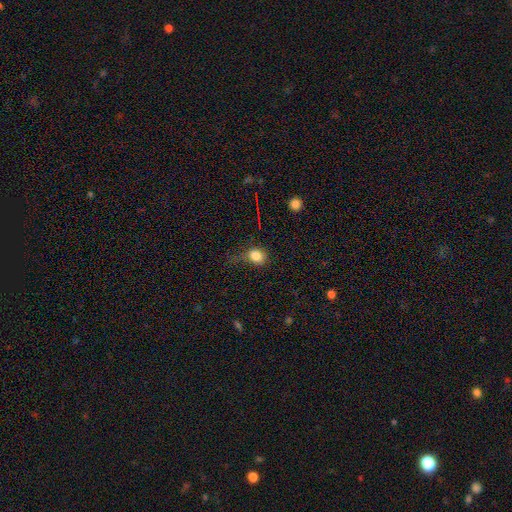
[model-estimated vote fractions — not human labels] smooth-or-featured: smooth: 81% | star or artifact: 12% | featured or disk: 8%
  how-rounded: round: 58% | in between: 40% | cigar-shaped: 2%
  merging: none: 46% | minor disturbance: 28% | major disturbance: 23% | merger: 3%